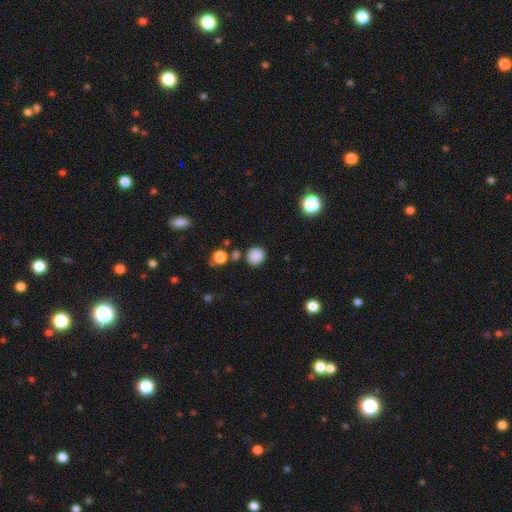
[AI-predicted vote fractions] smooth-or-featured: smooth: 86% | star or artifact: 11% | featured or disk: 3%
  how-rounded: round: 91% | in between: 8% | cigar-shaped: 1%
  merging: none: 82% | minor disturbance: 10% | merger: 5% | major disturbance: 3%